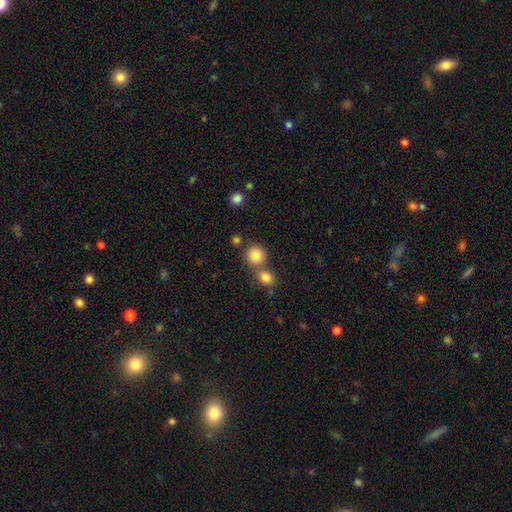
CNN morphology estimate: This is clearly a smooth galaxy (84%). How rounded: clearly round (89%). Merging: likely none (61%).